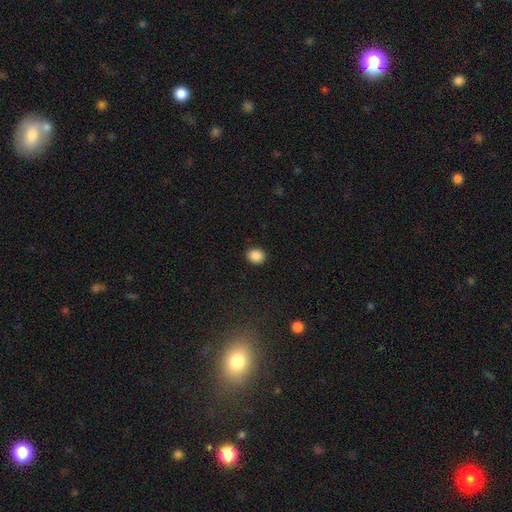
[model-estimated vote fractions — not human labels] Q: Smooth or featured?
A: smooth (88%); runner-up: star or artifact (9%)
Q: How rounded?
A: round (61%); runner-up: in between (38%)
Q: Merging?
A: none (91%); runner-up: minor disturbance (6%)